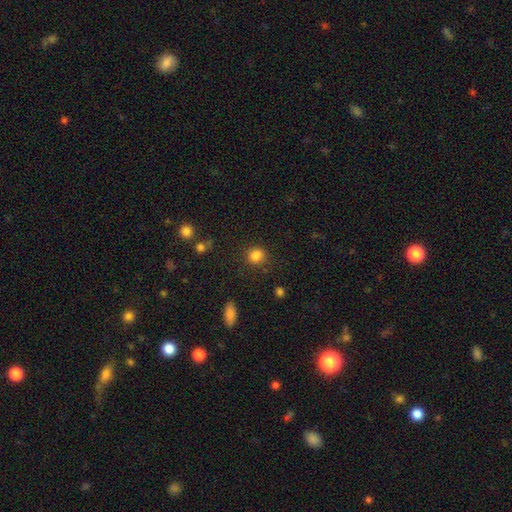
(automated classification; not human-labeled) smooth-or-featured: smooth: 83% | star or artifact: 12% | featured or disk: 5%
  how-rounded: round: 71% | in between: 28% | cigar-shaped: 1%
  merging: none: 76% | minor disturbance: 14% | merger: 6% | major disturbance: 5%